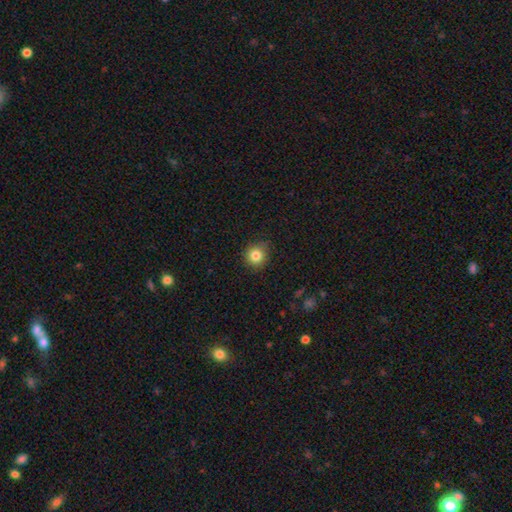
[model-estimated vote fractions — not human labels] Smooth or featured? smooth (83%)
How rounded? round (92%)
Merging? none (85%)